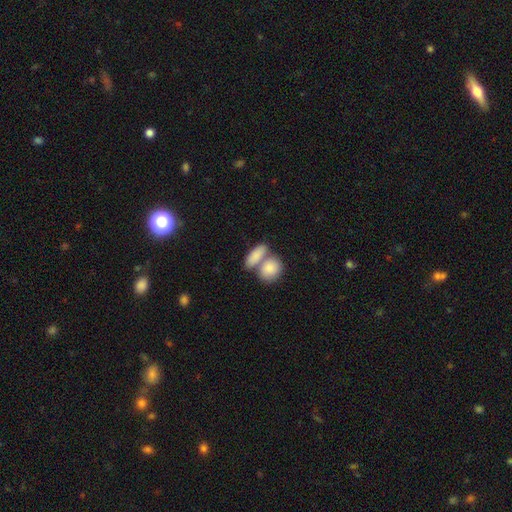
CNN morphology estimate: smooth-or-featured: smooth: 85% | featured or disk: 10% | star or artifact: 5%
  how-rounded: in between: 78% | round: 12% | cigar-shaped: 10%
  merging: merger: 53% | none: 35% | minor disturbance: 9% | major disturbance: 4%